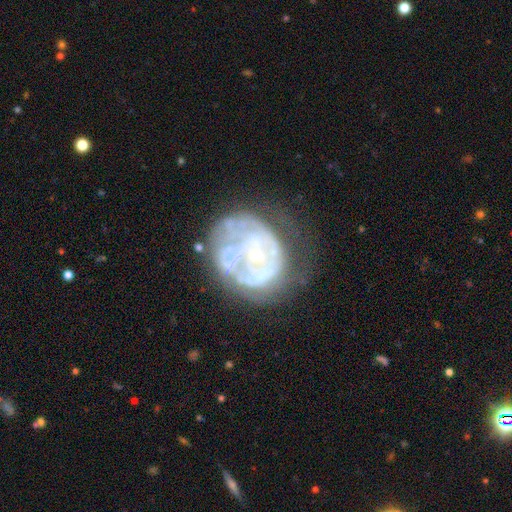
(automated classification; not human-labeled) Q: Smooth or featured?
A: featured or disk (74%); runner-up: smooth (16%)
Q: Edge-on disk?
A: no (98%); runner-up: yes (2%)
Q: Bar?
A: no (84%); runner-up: weak (12%)
Q: Spiral arms?
A: no (59%); runner-up: yes (41%)
Q: Bulge size?
A: small (72%); runner-up: moderate (17%)
Q: Merging?
A: none (38%); runner-up: major disturbance (32%)